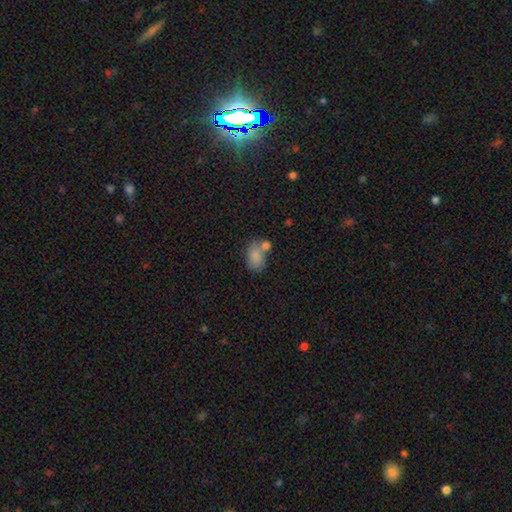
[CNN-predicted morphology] Q: Smooth or featured?
A: smooth (82%); runner-up: featured or disk (10%)
Q: How rounded?
A: in between (85%); runner-up: round (14%)
Q: Merging?
A: merger (41%); runner-up: none (38%)